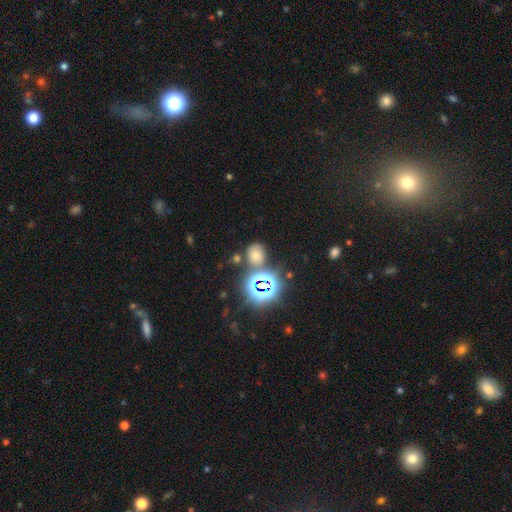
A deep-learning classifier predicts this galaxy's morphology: Smooth or featured? smooth (57%)
How rounded? round (61%)
Merging? none (70%)